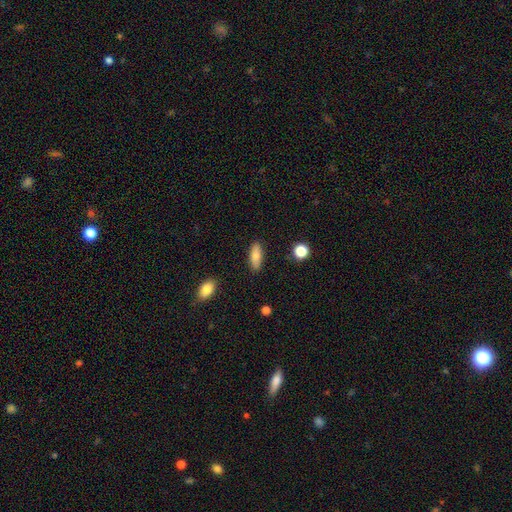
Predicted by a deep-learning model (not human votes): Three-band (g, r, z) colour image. It shows a smooth galaxy with no disk features (80%) that is in between round and cigar-shaped (70%). Merging: none (88%).